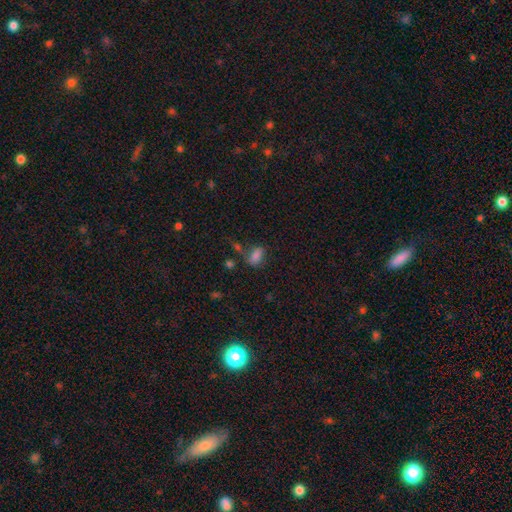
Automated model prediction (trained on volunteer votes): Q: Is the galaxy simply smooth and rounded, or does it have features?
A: smooth — 78%.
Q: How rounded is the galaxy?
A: in between — 86%.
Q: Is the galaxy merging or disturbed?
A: none — 54%.